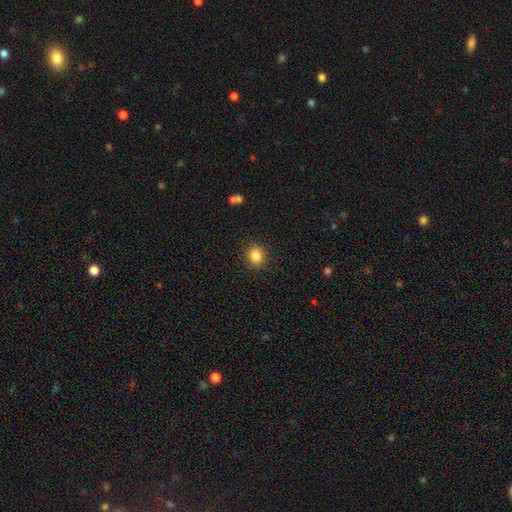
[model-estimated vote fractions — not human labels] smooth-or-featured: smooth: 85% | star or artifact: 11% | featured or disk: 5%
  how-rounded: round: 74% | in between: 25% | cigar-shaped: 1%
  merging: none: 89% | minor disturbance: 7% | major disturbance: 2% | merger: 1%